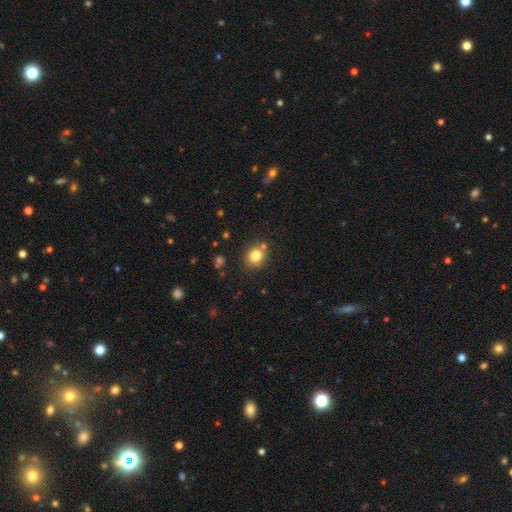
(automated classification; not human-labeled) This appears to be a smooth galaxy with no disk features (81%) that is round (73%). Merging: none (76%).